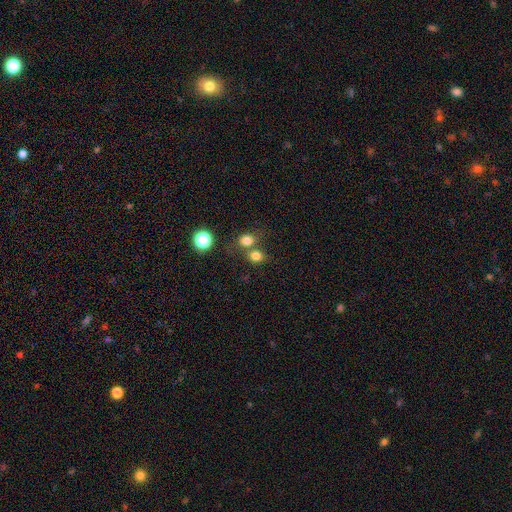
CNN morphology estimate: Smooth or featured?
  - smooth: 78% *
  - star or artifact: 15%
  - featured or disk: 7%
How rounded?
  - round: 69% *
  - in between: 30%
  - cigar-shaped: 1%
Merging?
  - none: 53% *
  - merger: 34%
  - minor disturbance: 9%
  - major disturbance: 4%